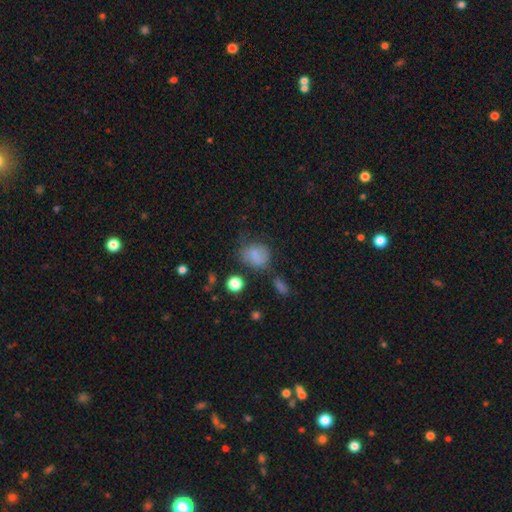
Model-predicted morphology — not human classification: smooth 77%, star or artifact 13%, featured or disk 9%. Down the decision tree: how rounded — round (51%); merging — none (59%).